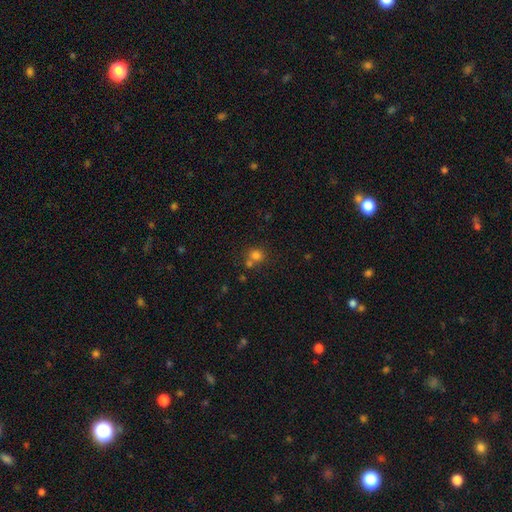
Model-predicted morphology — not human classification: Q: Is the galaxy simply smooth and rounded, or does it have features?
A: smooth — 77%.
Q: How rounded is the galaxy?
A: round — 84%.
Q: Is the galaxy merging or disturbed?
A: none — 59%.